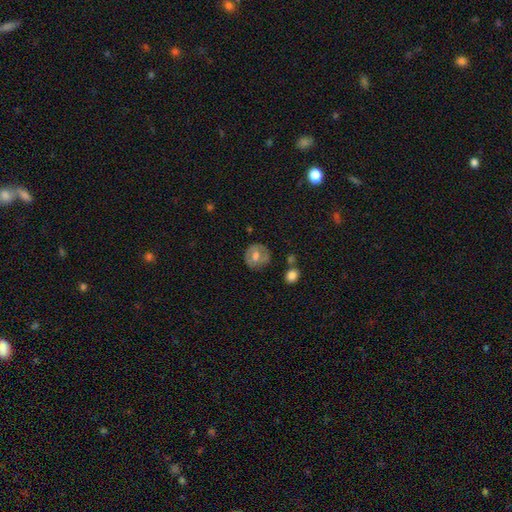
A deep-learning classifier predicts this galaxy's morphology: type=smooth (53%); roundness=round (81%); merging=none (72%).